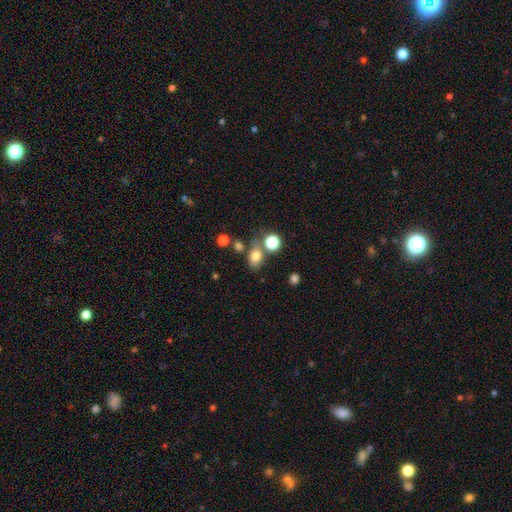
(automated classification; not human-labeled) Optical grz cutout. It shows a smooth galaxy with no disk features (75%) that is in between round and cigar-shaped (69%). Merging: none (58%).